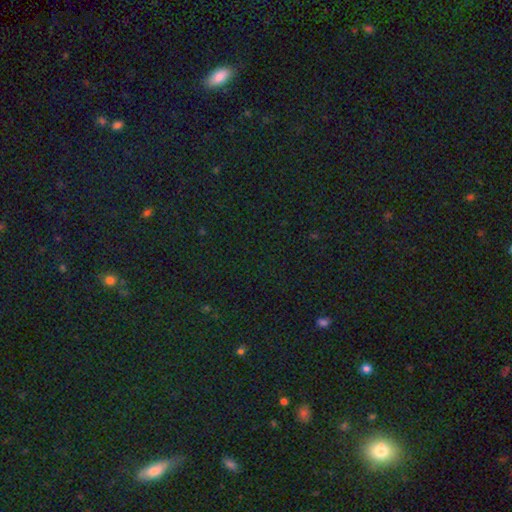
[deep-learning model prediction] A star or artifact, not a galaxy (73%).

Vote fractions:
- Smooth or featured? star or artifact: 73% / smooth: 19% / featured or disk: 8%